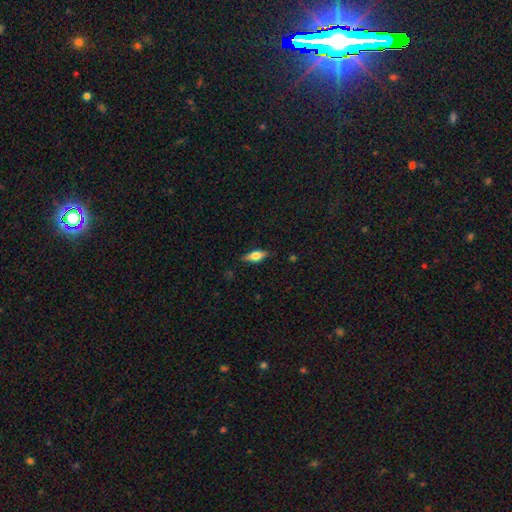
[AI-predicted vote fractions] Q: Smooth or featured?
A: smooth (52%); runner-up: featured or disk (41%)
Q: How rounded?
A: in between (68%); runner-up: cigar-shaped (28%)
Q: Merging?
A: none (81%); runner-up: minor disturbance (14%)